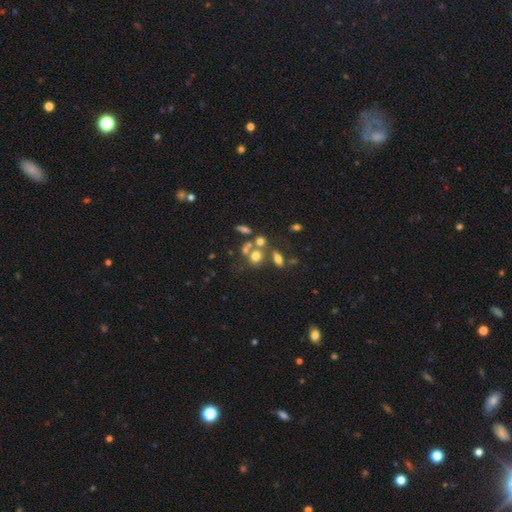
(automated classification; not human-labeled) A smooth galaxy with no disk features (64%) that is round (62%).

Vote fractions:
- Smooth or featured? smooth: 64% / featured or disk: 19% / star or artifact: 18%
- How rounded? round: 62% / in between: 36% / cigar-shaped: 2%
- Merging? none: 44% / merger: 37% / minor disturbance: 11% / major disturbance: 8%